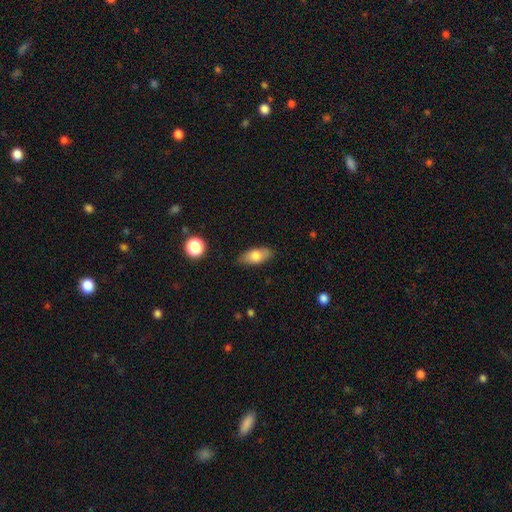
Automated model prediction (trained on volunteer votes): Smooth or featured: smooth — 75% (featured or disk — 18%)
How rounded: in between — 83% (cigar-shaped — 13%)
Merging: none — 81% (minor disturbance — 14%)